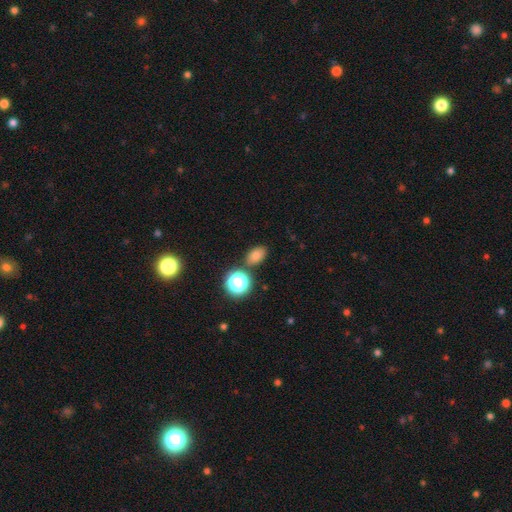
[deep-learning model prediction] smooth-or-featured: smooth: 73% | star or artifact: 18% | featured or disk: 9%
  how-rounded: in between: 75% | round: 23% | cigar-shaped: 1%
  merging: none: 79% | minor disturbance: 11% | merger: 7% | major disturbance: 3%